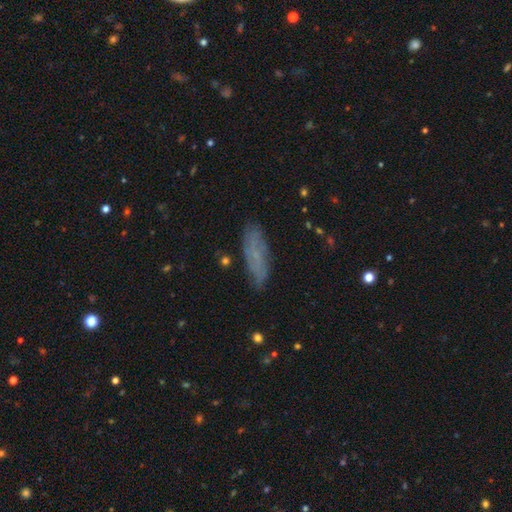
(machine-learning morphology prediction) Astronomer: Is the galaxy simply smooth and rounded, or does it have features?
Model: smooth — 56% (runner-up: featured or disk, 33%).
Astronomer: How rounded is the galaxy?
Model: cigar-shaped — 54% (runner-up: in between, 43%).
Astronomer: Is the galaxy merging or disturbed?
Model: none — 80%.